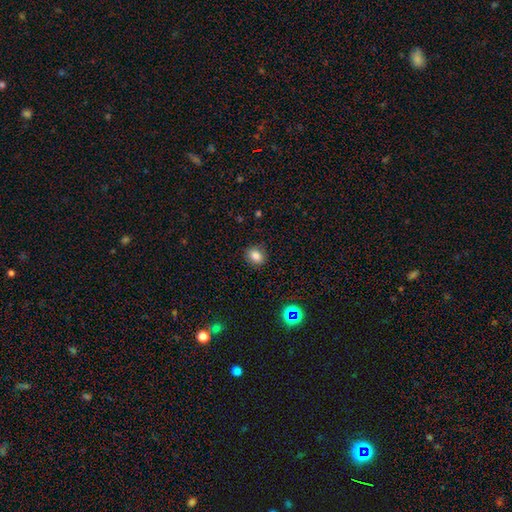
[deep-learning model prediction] smooth_or_featured: smooth (p=0.82) [alt: star or artifact p=0.12]
how_rounded: round (p=0.58) [alt: in between p=0.41]
merging: none (p=0.88) [alt: minor disturbance p=0.09]